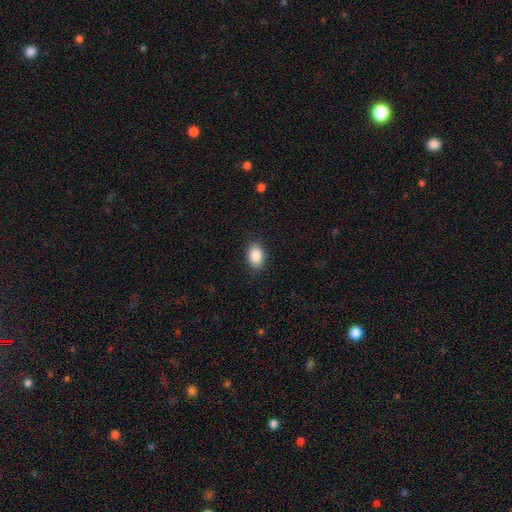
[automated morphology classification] smooth-or-featured: smooth: 88% | star or artifact: 8% | featured or disk: 4%
  how-rounded: in between: 81% | round: 18% | cigar-shaped: 1%
  merging: none: 88% | minor disturbance: 9% | major disturbance: 2% | merger: 1%